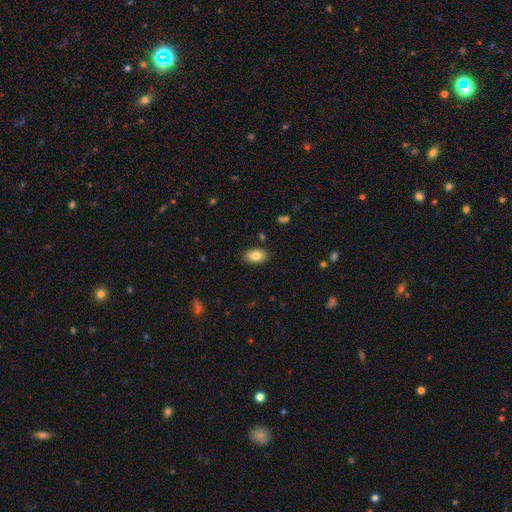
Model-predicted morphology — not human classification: Smooth or featured?
  - smooth: 83% *
  - featured or disk: 9%
  - star or artifact: 7%
How rounded?
  - in between: 92% *
  - round: 7%
  - cigar-shaped: 1%
Merging?
  - none: 87% *
  - minor disturbance: 9%
  - major disturbance: 2%
  - merger: 2%